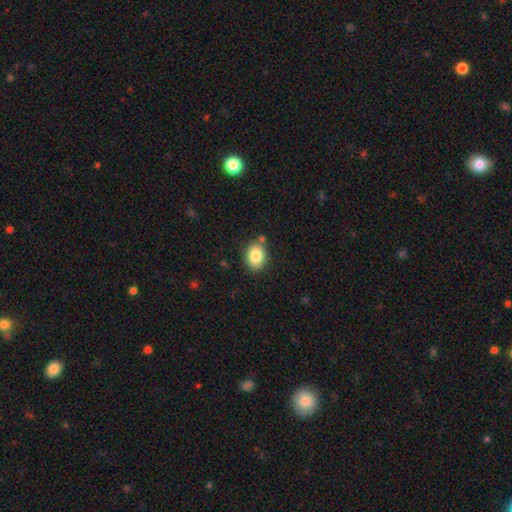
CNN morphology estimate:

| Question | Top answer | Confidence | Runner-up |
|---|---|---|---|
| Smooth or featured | smooth | 84% | star or artifact (9%) |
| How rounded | in between | 63% | round (36%) |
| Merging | none | 80% | minor disturbance (12%) |